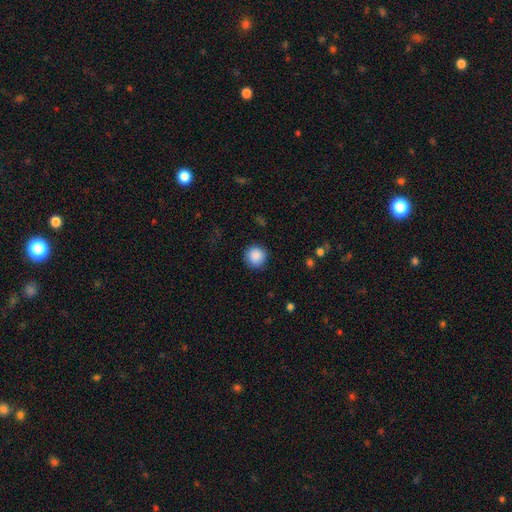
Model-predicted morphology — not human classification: Smooth or featured? Predicted: smooth (p=0.89). How rounded? Predicted: round (p=0.94). Merging? Predicted: none (p=0.89).